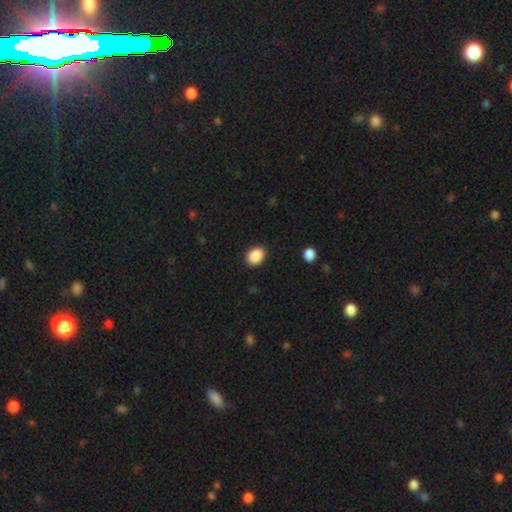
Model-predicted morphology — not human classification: smooth-or-featured: smooth: 89% | star or artifact: 8% | featured or disk: 3%
  how-rounded: in between: 71% | round: 28% | cigar-shaped: 1%
  merging: none: 88% | minor disturbance: 9% | major disturbance: 2% | merger: 1%